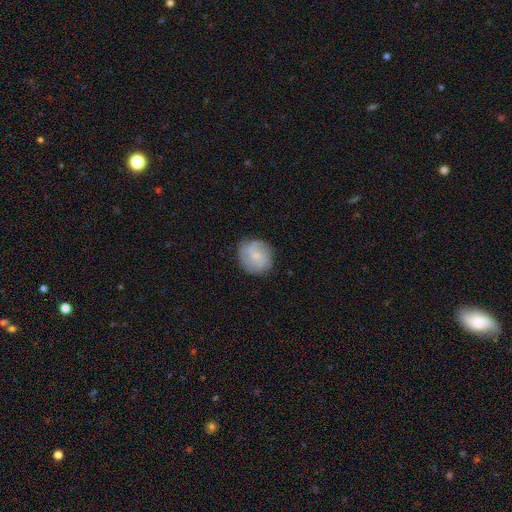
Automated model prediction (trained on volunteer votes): The model was most divided on "smooth or featured": featured or disk: 47%, smooth: 45%, star or artifact: 7%. More confident: merging — none (80%).